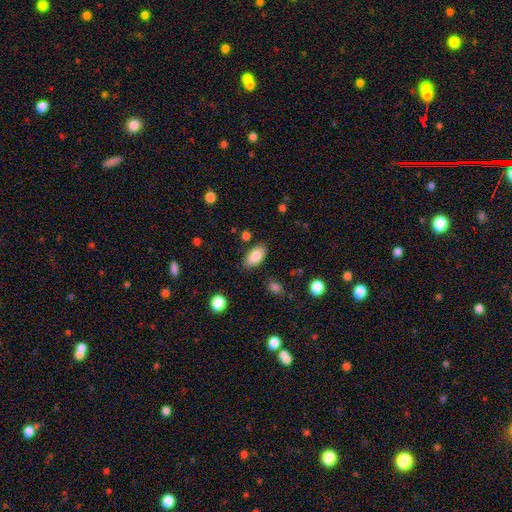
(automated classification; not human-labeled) This appears to be a smooth galaxy with no disk features (85%) that is in between round and cigar-shaped (93%). Merging: none (82%).